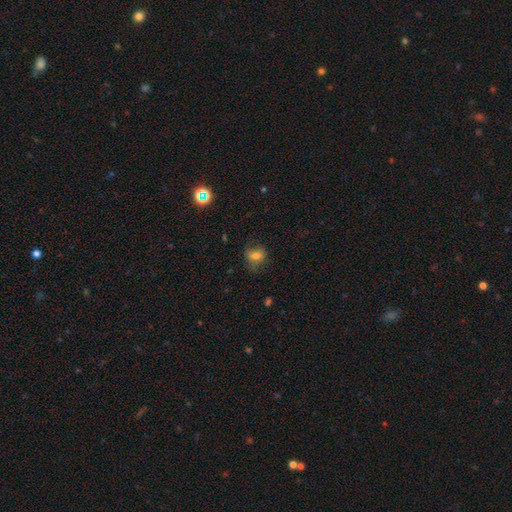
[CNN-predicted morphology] smooth_or_featured: smooth (p=0.66) [alt: featured or disk p=0.21]
how_rounded: round (p=0.52) [alt: in between p=0.46]
merging: none (p=0.61) [alt: minor disturbance p=0.24]